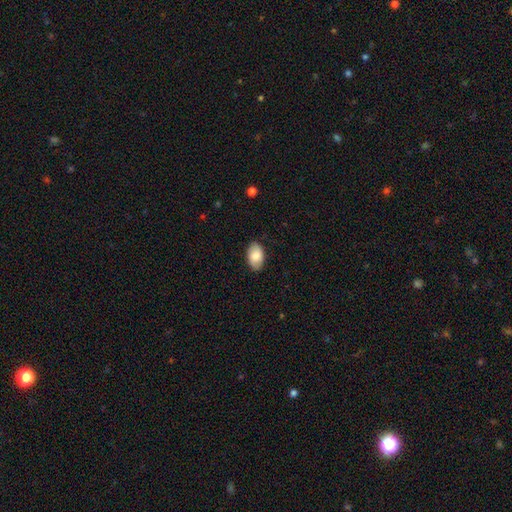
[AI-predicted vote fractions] Smooth or featured: smooth — 85% (featured or disk — 9%)
How rounded: in between — 93% (round — 6%)
Merging: none — 86% (minor disturbance — 11%)